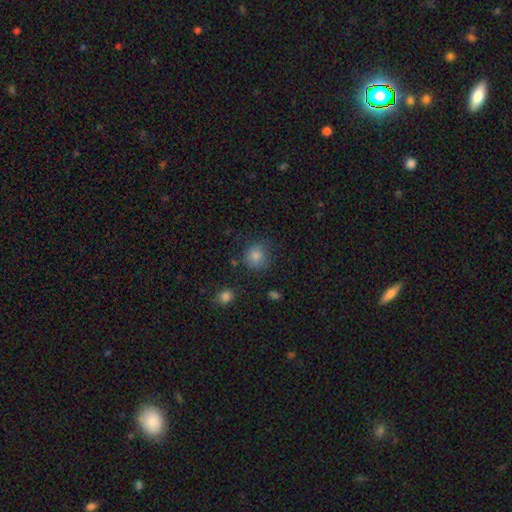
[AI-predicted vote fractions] Smooth or featured?
  - smooth: 80% *
  - star or artifact: 14%
  - featured or disk: 6%
How rounded?
  - round: 88% *
  - in between: 11%
  - cigar-shaped: 1%
Merging?
  - none: 78% *
  - minor disturbance: 15%
  - major disturbance: 4%
  - merger: 3%